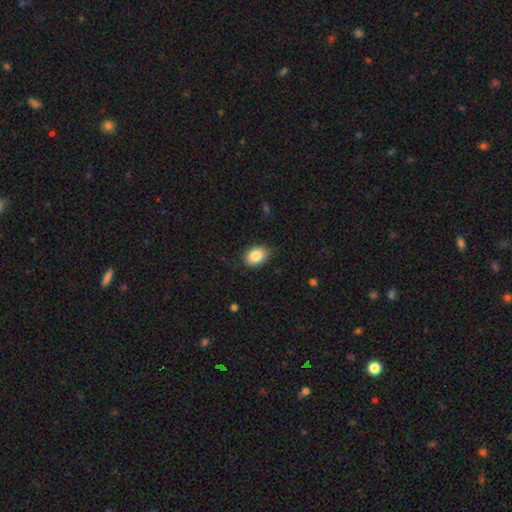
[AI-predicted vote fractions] A smooth galaxy with no disk features (86%) that is in between round and cigar-shaped (81%). Merging: none (85%).